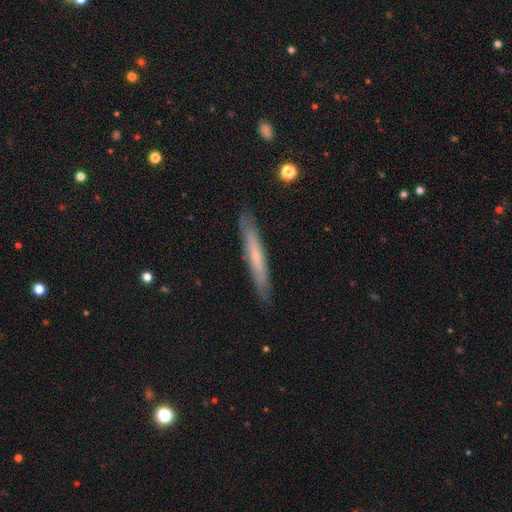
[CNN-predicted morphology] Overall: smooth (49%; featured or disk 45%). Merging: none (89%).